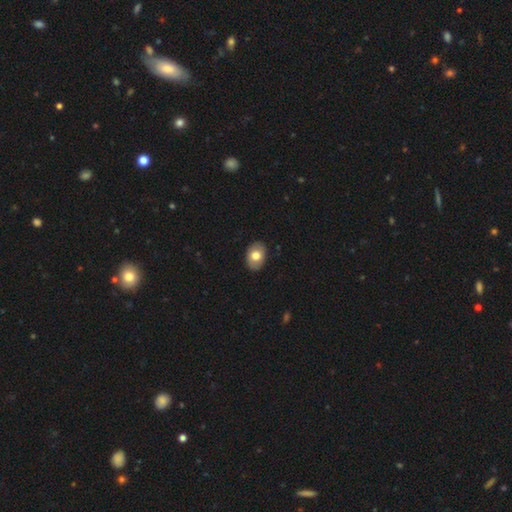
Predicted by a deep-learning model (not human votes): smooth-or-featured: smooth: 74% | featured or disk: 19% | star or artifact: 7%
  how-rounded: in between: 79% | round: 20% | cigar-shaped: 1%
  merging: none: 87% | minor disturbance: 10% | major disturbance: 2% | merger: 1%